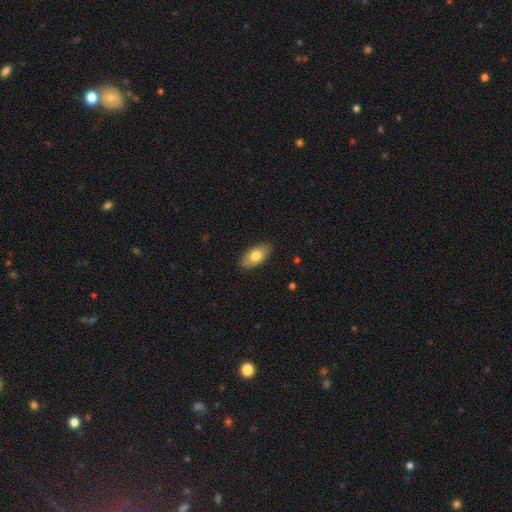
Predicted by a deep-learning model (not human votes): Q: Smooth or featured?
A: smooth (76%); runner-up: featured or disk (17%)
Q: How rounded?
A: in between (91%); runner-up: cigar-shaped (5%)
Q: Merging?
A: none (87%); runner-up: minor disturbance (10%)